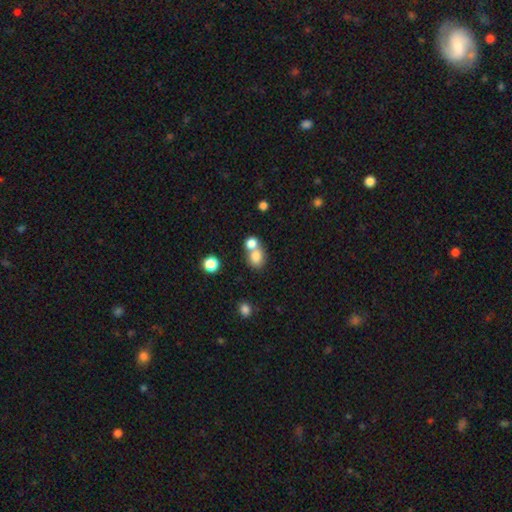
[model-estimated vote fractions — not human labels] Smooth or featured? Predicted: smooth (p=0.78). How rounded? Predicted: round (p=0.62). Merging? Predicted: merger (p=0.53).